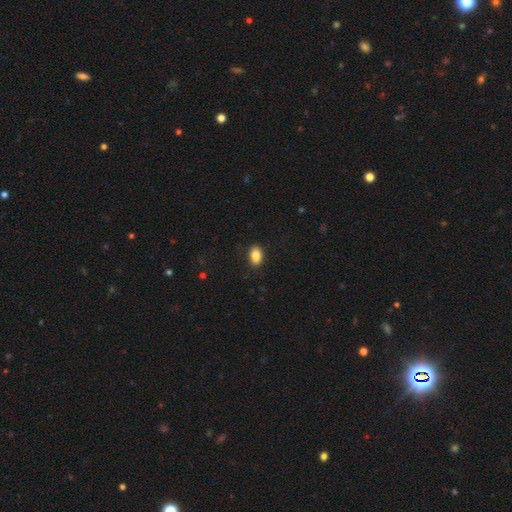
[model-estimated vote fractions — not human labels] smooth-or-featured: smooth: 87% | star or artifact: 8% | featured or disk: 5%
  how-rounded: in between: 88% | round: 11% | cigar-shaped: 1%
  merging: none: 88% | minor disturbance: 8% | major disturbance: 2% | merger: 1%